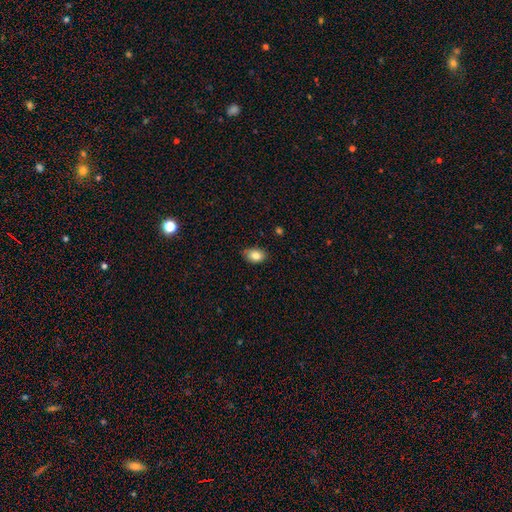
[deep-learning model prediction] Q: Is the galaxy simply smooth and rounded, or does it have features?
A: smooth — 82%.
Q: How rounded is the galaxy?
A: in between — 81%.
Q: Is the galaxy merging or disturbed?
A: none — 78%.